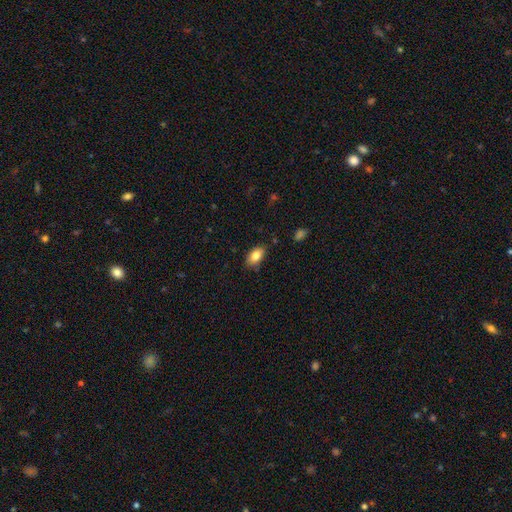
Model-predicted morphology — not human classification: The model was most divided on "merging": none: 82%, minor disturbance: 14%, major disturbance: 3%, merger: 2%. More confident: how rounded — in between (91%); smooth or featured — smooth (84%).